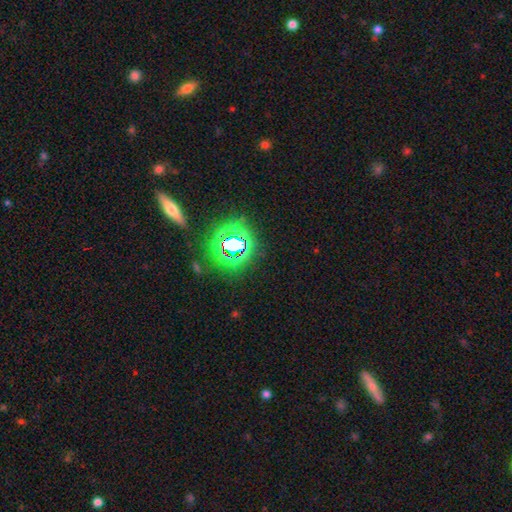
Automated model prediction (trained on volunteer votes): Smooth or featured? star or artifact (72%)